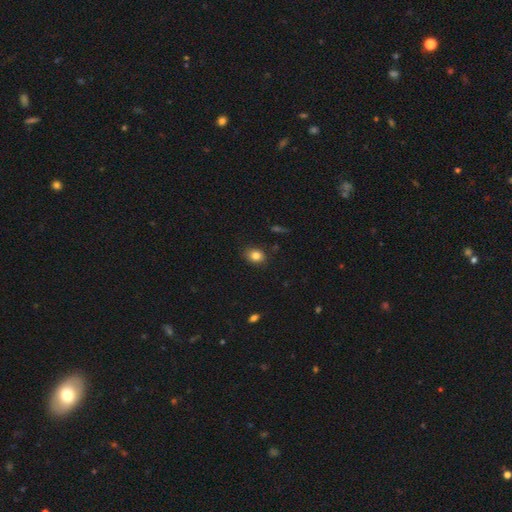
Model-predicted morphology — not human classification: The model was most divided on "how rounded": in between: 57%, round: 42%, cigar-shaped: 1%. More confident: merging — none (85%); smooth or featured — smooth (82%).